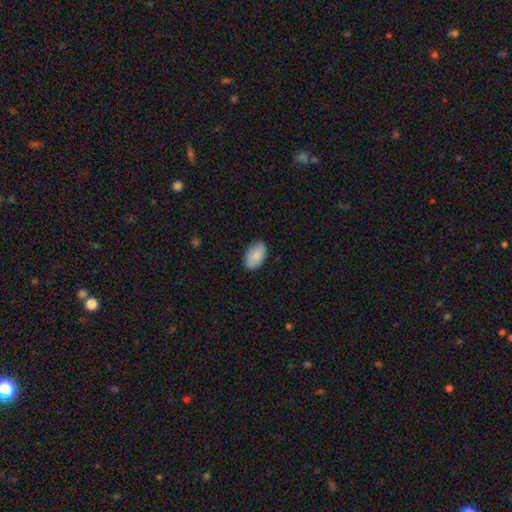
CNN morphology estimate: This appears to be a smooth galaxy with no disk features (82%) that is in between round and cigar-shaped (93%). Merging: none (84%).